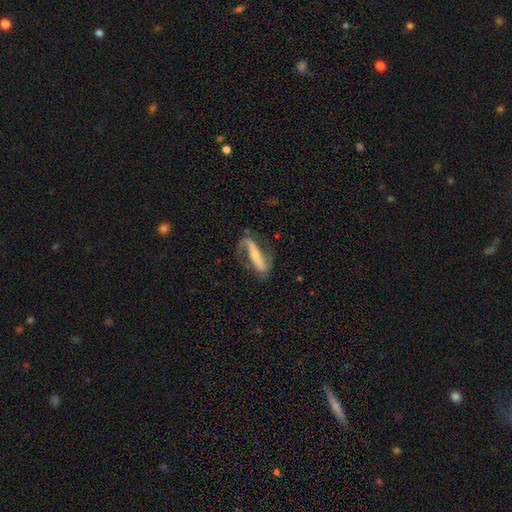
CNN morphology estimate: smooth-or-featured: featured or disk: 74% | smooth: 20% | star or artifact: 6%
  disk-edge-on: no: 77% | yes: 23%
    bar: strong: 55% | no: 24% | weak: 21%
    has-spiral-arms: yes: 89% | no: 11%
      spiral-winding: loose: 59% | medium: 28% | tight: 13%
      spiral-arm-count: 2: 67% | 1: 26% | can't tell: 4% | 3: 1% | 4: 1% | more than 4: 1%
    bulge-size: small: 53% | moderate: 25% | none: 14% | large: 5% | dominant: 2%
  merging: none: 56% | minor disturbance: 21% | major disturbance: 20% | merger: 3%